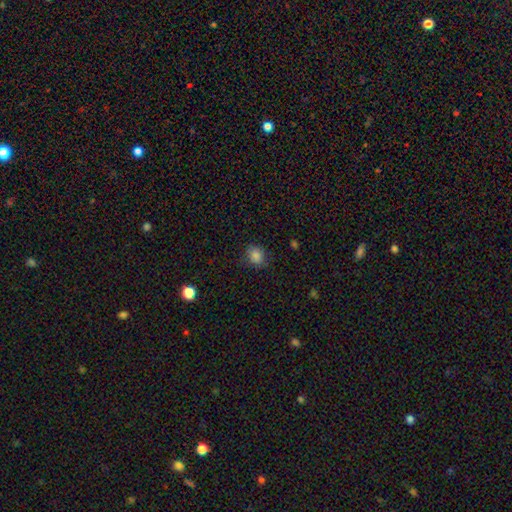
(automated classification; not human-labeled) This appears to be a smooth galaxy with no disk features (85%) that is round (58%). Merging: none (80%).